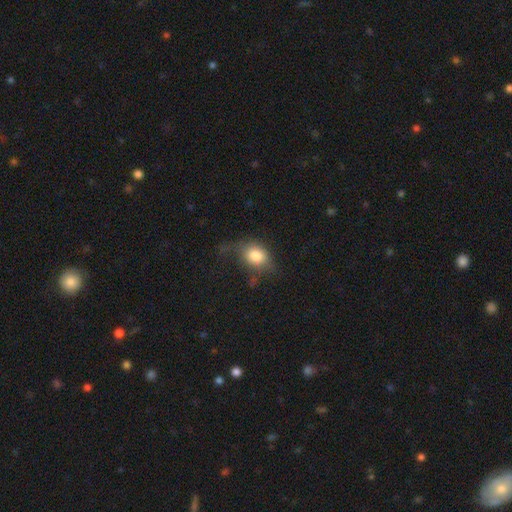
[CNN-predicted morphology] Q: Smooth or featured?
A: smooth (77%); runner-up: featured or disk (14%)
Q: How rounded?
A: in between (60%); runner-up: round (38%)
Q: Merging?
A: none (36%); runner-up: minor disturbance (31%)